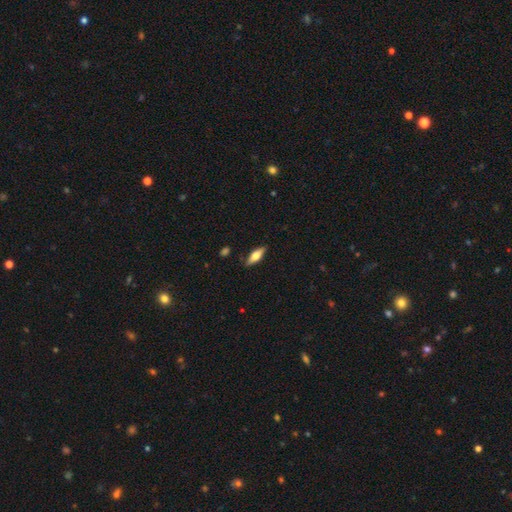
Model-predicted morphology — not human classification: Smooth or featured? Predicted: smooth (p=0.56). How rounded? Predicted: in between (p=0.57). Merging? Predicted: none (p=0.83).